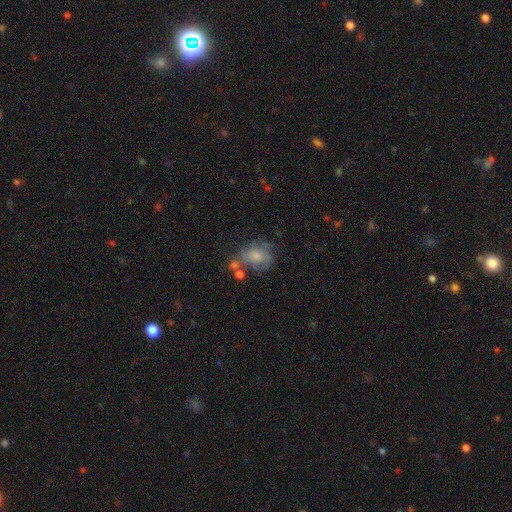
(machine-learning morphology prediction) This appears to be a smooth galaxy with no disk features (53%) that is round (54%). Merging: none (41%).